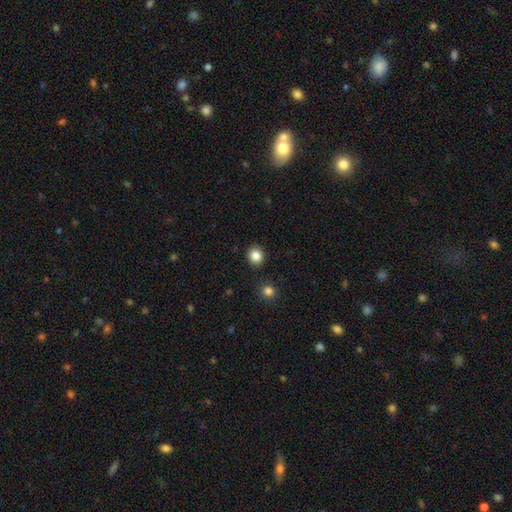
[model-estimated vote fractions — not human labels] Smooth or featured? Predicted: smooth (p=0.85). How rounded? Predicted: round (p=0.76). Merging? Predicted: none (p=0.89).